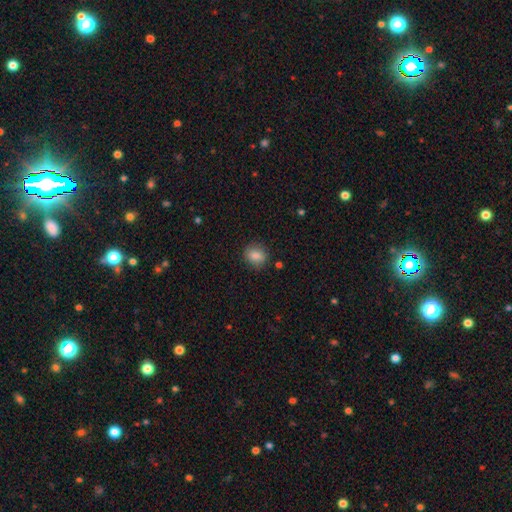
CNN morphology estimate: Smooth or featured: smooth — 85% (star or artifact — 9%)
How rounded: round — 61% (in between — 37%)
Merging: none — 84% (minor disturbance — 12%)